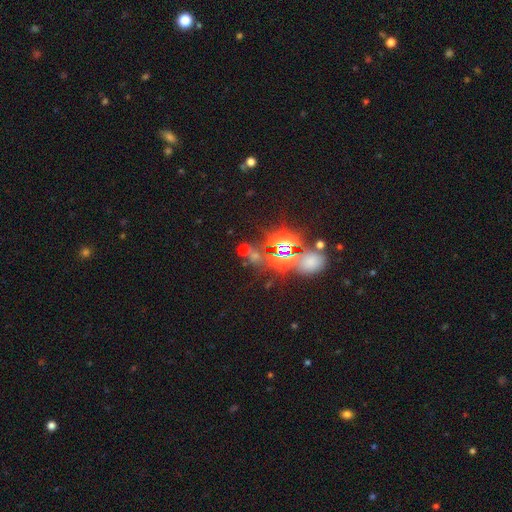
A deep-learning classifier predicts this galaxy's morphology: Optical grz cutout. It shows a star or artifact, not a galaxy (76%).